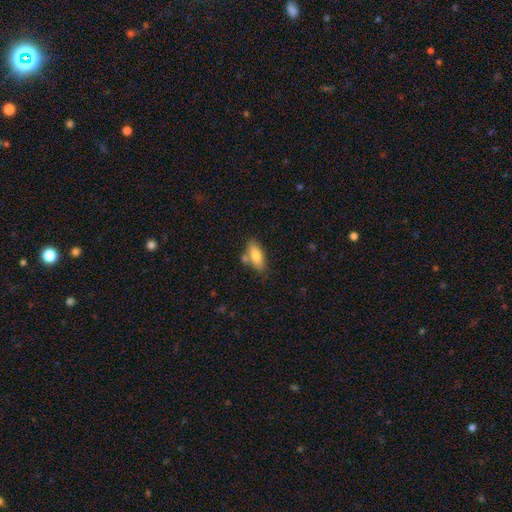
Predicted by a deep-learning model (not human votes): Q: Smooth or featured?
A: smooth (77%); runner-up: featured or disk (16%)
Q: How rounded?
A: in between (79%); runner-up: cigar-shaped (18%)
Q: Merging?
A: none (65%); runner-up: minor disturbance (16%)